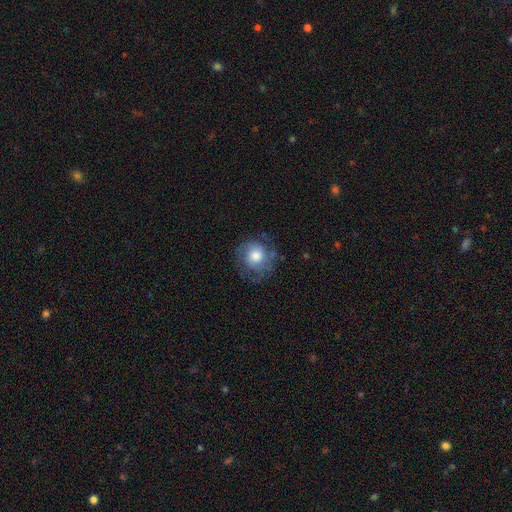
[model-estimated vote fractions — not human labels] smooth_or_featured: smooth (p=0.62) [alt: featured or disk p=0.30]
how_rounded: round (p=0.86) [alt: in between p=0.13]
merging: none (p=0.63) [alt: minor disturbance p=0.22]